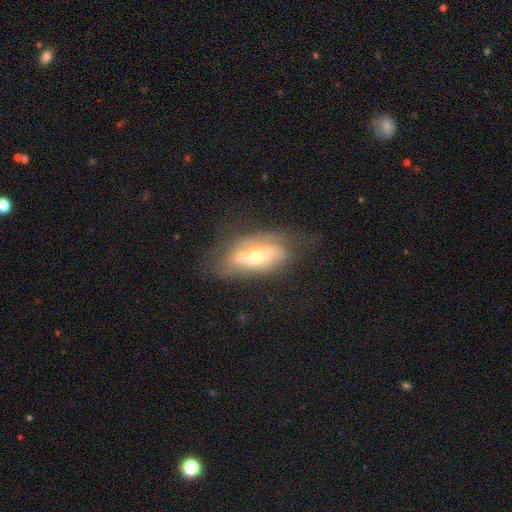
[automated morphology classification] Smooth or featured? Predicted: featured or disk (p=0.63). Edge-on disk? Predicted: no (p=0.85). Bar? Predicted: no (p=0.59). Spiral arms? Predicted: yes (p=0.71). Bulge size? Predicted: moderate (p=0.49). Merging? Predicted: none (p=0.57).